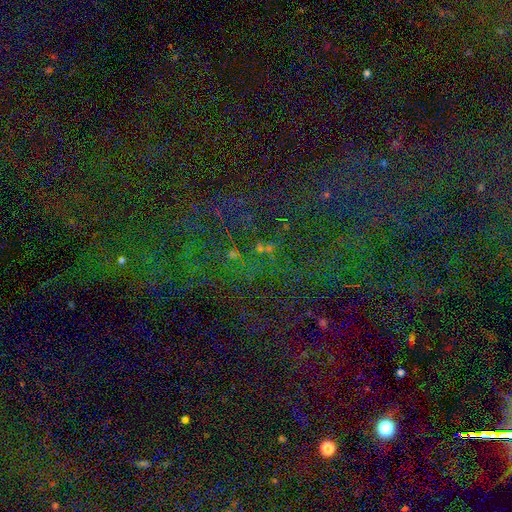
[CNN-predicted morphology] Smooth or featured: star or artifact — 79% (smooth — 11%)